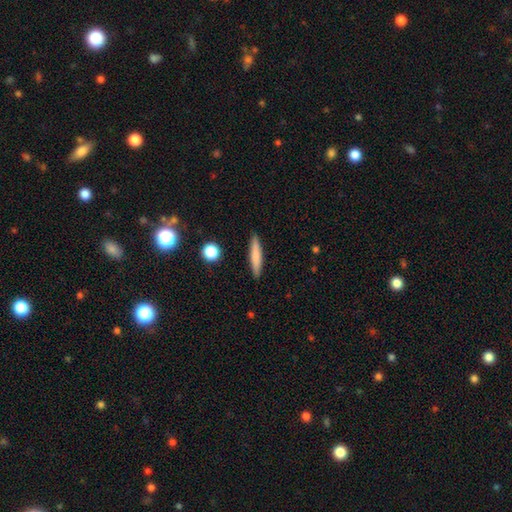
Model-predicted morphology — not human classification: This is likely a smooth galaxy (75%). How rounded: clearly cigar-shaped (90%). Merging: clearly none (90%).